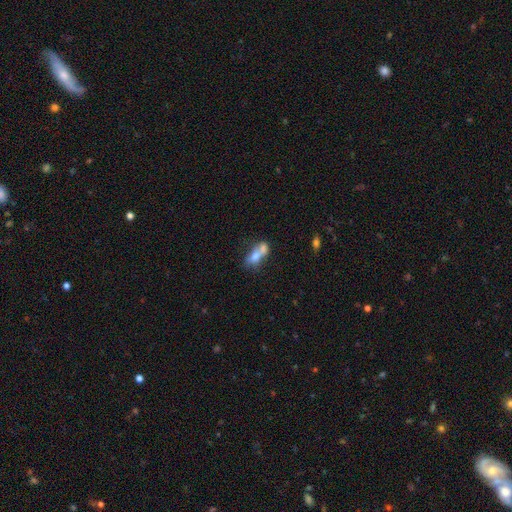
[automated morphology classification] smooth_or_featured: smooth (p=0.62) [alt: featured or disk p=0.29]
how_rounded: in between (p=0.69) [alt: round p=0.19]
merging: merger (p=0.64) [alt: none p=0.20]